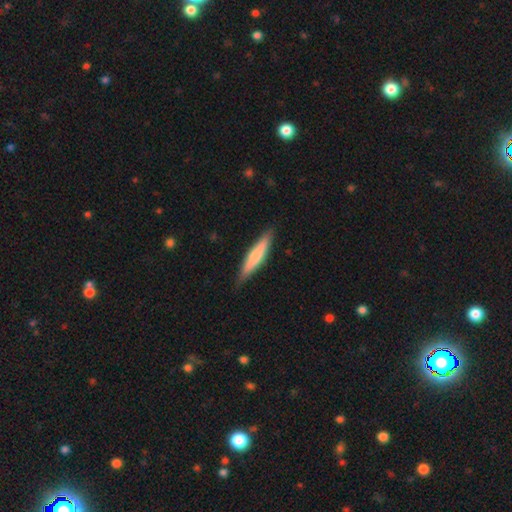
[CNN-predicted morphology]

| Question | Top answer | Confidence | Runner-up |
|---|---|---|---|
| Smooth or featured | smooth | 65% | featured or disk (30%) |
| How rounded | cigar-shaped | 89% | in between (9%) |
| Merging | none | 87% | minor disturbance (10%) |